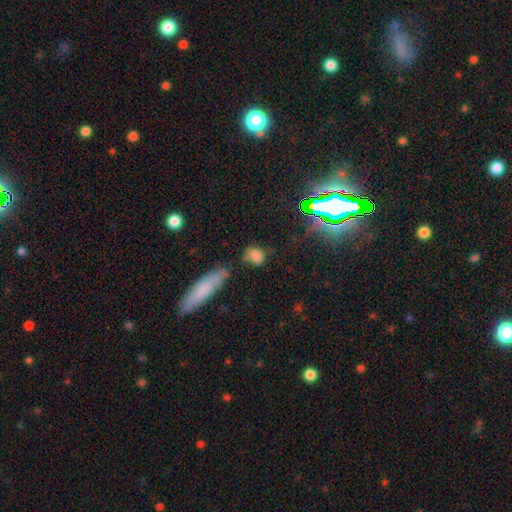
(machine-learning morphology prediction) This appears to be a smooth galaxy with no disk features (73%) that is in between round and cigar-shaped (52%). Merging: none (51%).